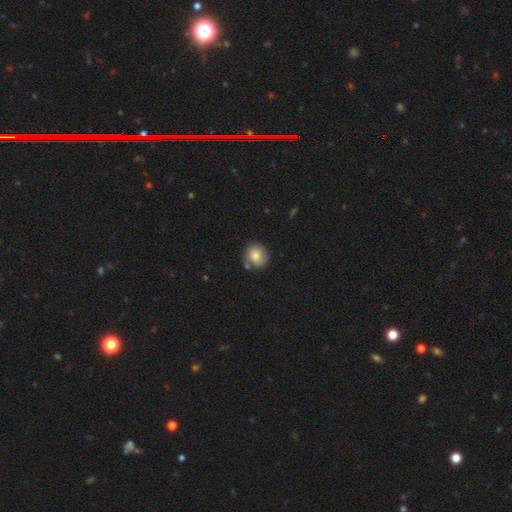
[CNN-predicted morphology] Smooth or featured? smooth (80%)
How rounded? round (83%)
Merging? none (74%)